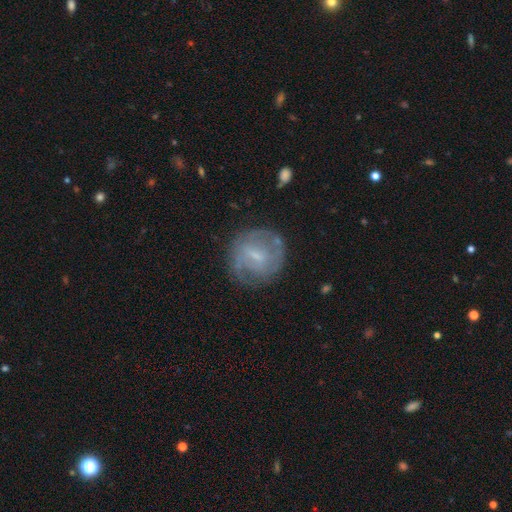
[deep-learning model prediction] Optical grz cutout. It shows a featured or disk galaxy (62%) with a weak bar (58%), spiral arms (72%) and a small central bulge (54%). Merging: none (71%).